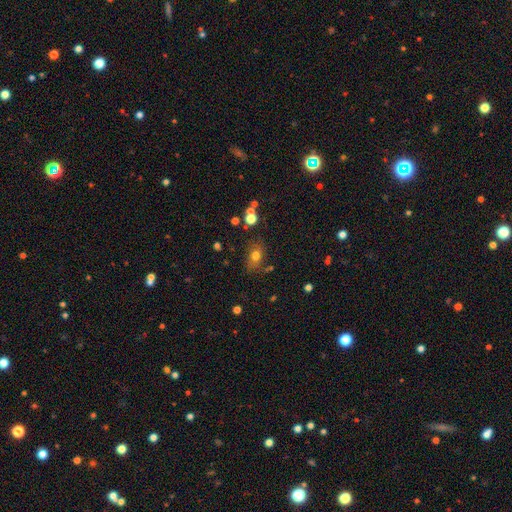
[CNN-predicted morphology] Overall: smooth (71%). How rounded: in between (58%; round 40%). Merging: none (69%).